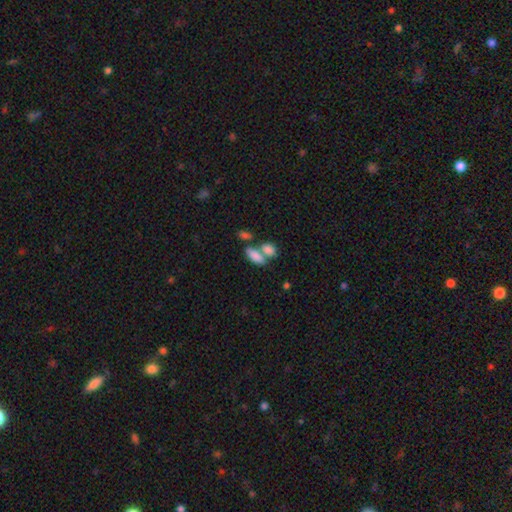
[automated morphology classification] Overall: smooth (82%). How rounded: in between (85%). Merging: merger (50%; none 35%).